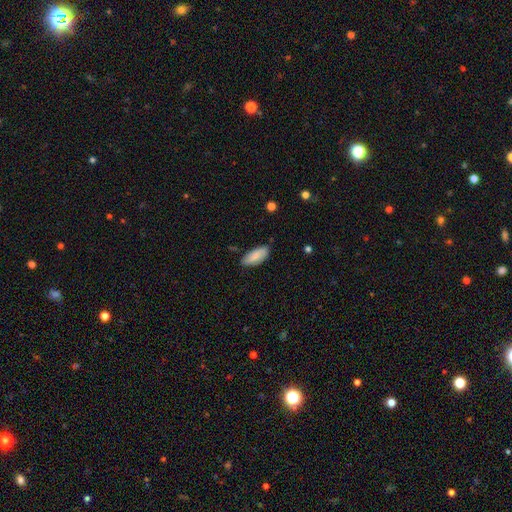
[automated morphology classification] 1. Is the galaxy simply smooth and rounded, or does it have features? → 84% smooth, 10% featured or disk, 6% star or artifact.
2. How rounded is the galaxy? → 83% in between, 15% cigar-shaped, 2% round.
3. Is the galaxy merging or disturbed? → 78% none, 18% minor disturbance, 3% major disturbance, 2% merger.